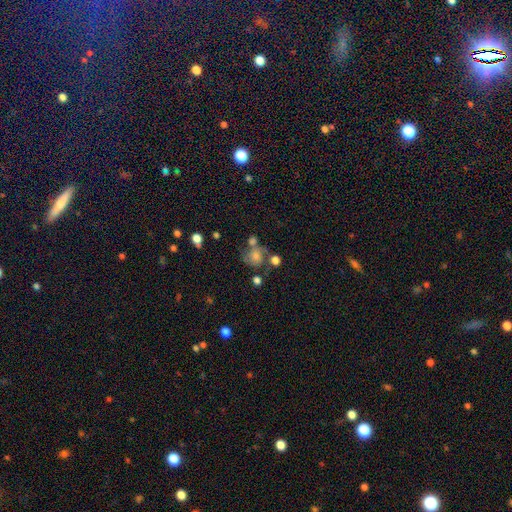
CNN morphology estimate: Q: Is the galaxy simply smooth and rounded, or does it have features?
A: smooth — 46%.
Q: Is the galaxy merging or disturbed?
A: none — 50%.